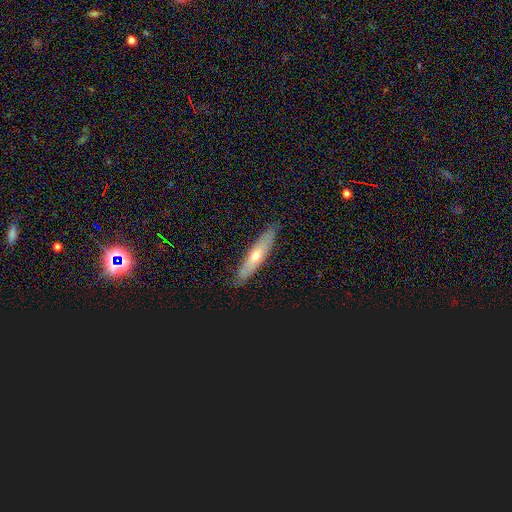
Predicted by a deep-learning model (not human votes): Smooth or featured?
  - featured or disk: 51% *
  - smooth: 41%
  - star or artifact: 8%
Edge-on disk?
  - yes: 66% *
  - no: 34%
Merging?
  - none: 85% *
  - minor disturbance: 12%
  - major disturbance: 2%
  - merger: 1%